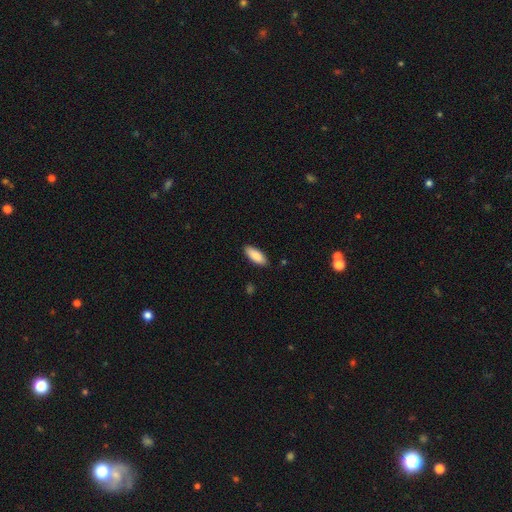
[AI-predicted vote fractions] Morphology: type=smooth (89%); roundness=in between (78%); merging=none (87%).